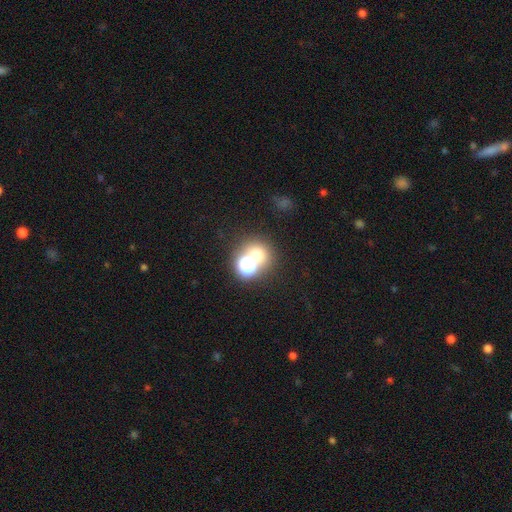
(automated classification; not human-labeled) Overall: smooth (58%; star or artifact 31%). How rounded: round (82%). Merging: none (54%; merger 34%).